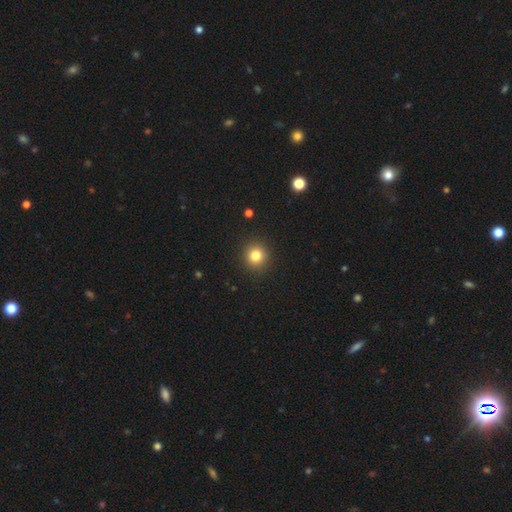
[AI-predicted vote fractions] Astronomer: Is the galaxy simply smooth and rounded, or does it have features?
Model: smooth — 82%.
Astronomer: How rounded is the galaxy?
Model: round — 93%.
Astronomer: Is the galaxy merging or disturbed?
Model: none — 92%.